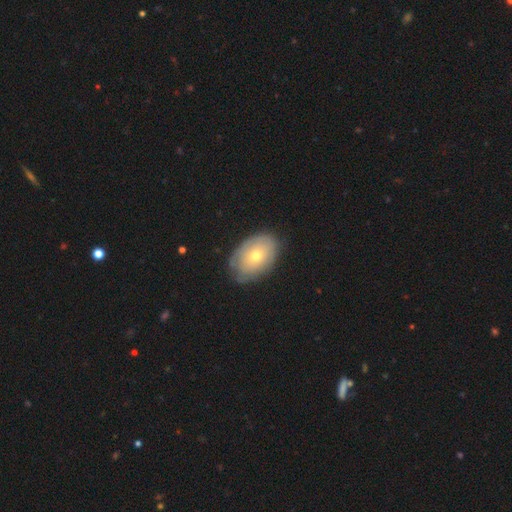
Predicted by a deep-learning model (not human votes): Smooth or featured: smooth — 56% (featured or disk — 37%)
How rounded: in between — 86% (round — 13%)
Merging: none — 75% (minor disturbance — 20%)